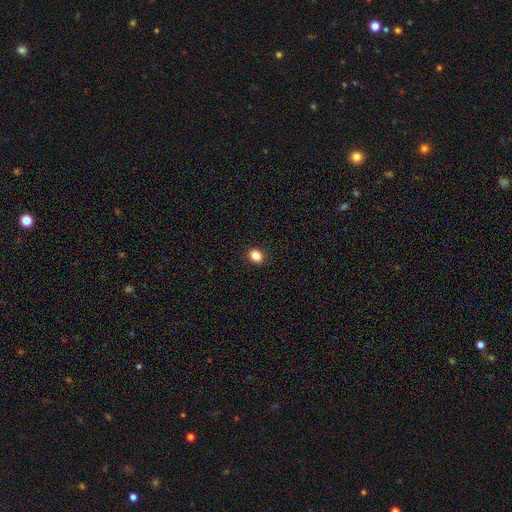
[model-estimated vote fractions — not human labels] A smooth galaxy with no disk features (86%) that is in between round and cigar-shaped (62%).

Vote fractions:
- Smooth or featured? smooth: 86% / star or artifact: 10% / featured or disk: 4%
- How rounded? in between: 62% / round: 37% / cigar-shaped: 1%
- Merging? none: 91% / minor disturbance: 7% / major disturbance: 2% / merger: 1%